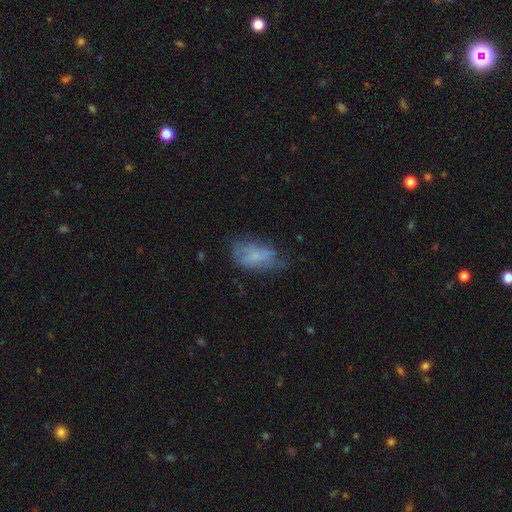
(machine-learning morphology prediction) This appears to be a smooth galaxy with no disk features (50%) that is in between round and cigar-shaped (89%). Merging: none (46%).